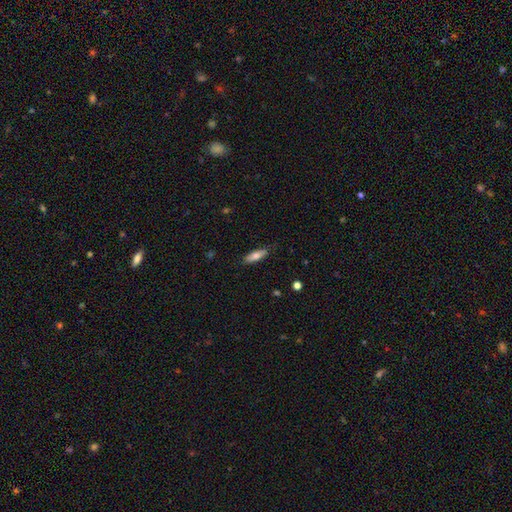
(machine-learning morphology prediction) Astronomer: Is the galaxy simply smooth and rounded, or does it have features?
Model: smooth — 73%.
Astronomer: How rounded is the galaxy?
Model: in between — 53% (runner-up: cigar-shaped, 45%).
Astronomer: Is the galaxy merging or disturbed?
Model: none — 82%.